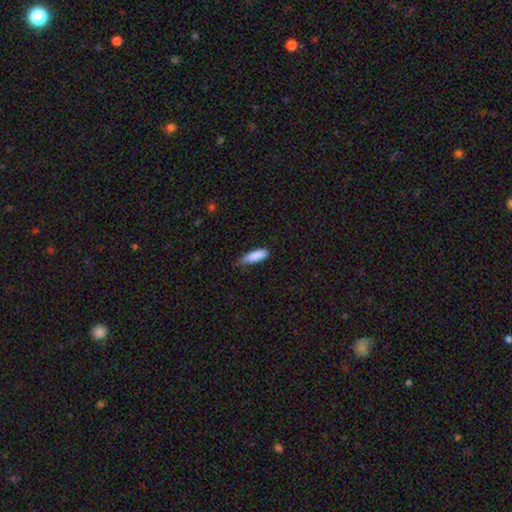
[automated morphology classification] smooth-or-featured: smooth: 86% | featured or disk: 7% | star or artifact: 7%
  how-rounded: cigar-shaped: 54% | in between: 44% | round: 2%
  merging: none: 56% | minor disturbance: 37% | major disturbance: 6% | merger: 2%